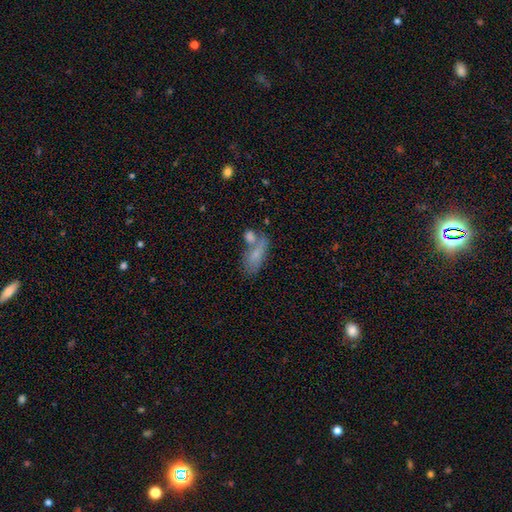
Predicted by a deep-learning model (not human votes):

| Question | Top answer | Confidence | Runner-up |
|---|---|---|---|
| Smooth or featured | smooth | 73% | featured or disk (19%) |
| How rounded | in between | 78% | cigar-shaped (17%) |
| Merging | none | 39% | merger (34%) |